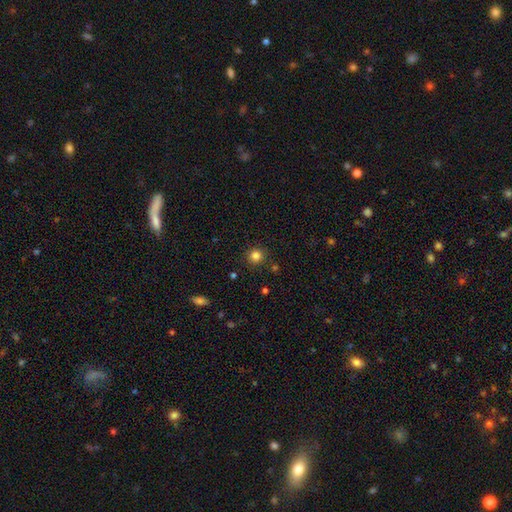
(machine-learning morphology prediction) Smooth or featured: smooth — 83% (star or artifact — 13%)
How rounded: round — 93% (in between — 6%)
Merging: none — 88% (minor disturbance — 7%)